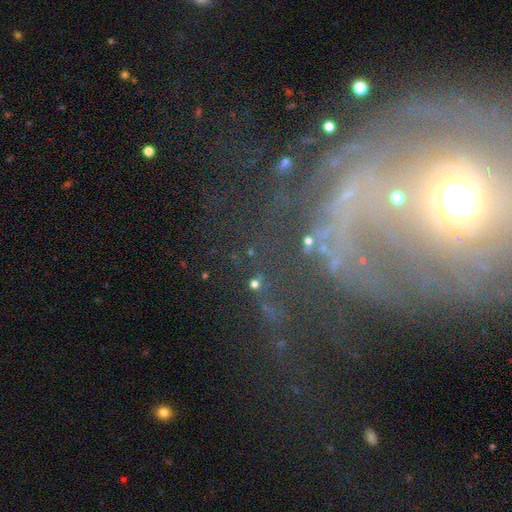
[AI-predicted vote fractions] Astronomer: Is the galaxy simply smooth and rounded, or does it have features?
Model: featured or disk — 70%.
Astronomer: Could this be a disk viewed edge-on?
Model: no — 95%.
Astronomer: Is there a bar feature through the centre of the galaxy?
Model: no — 68%.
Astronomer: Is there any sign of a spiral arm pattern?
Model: yes — 69%.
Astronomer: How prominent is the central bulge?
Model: moderate — 53% (runner-up: small, 29%).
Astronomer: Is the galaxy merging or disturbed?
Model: none — 48% (runner-up: major disturbance, 32%).